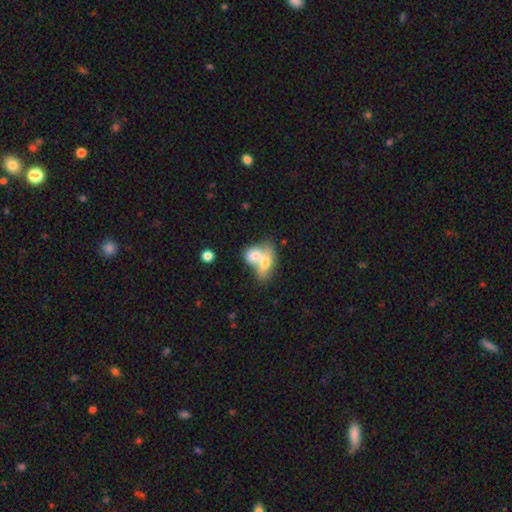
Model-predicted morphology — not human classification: Overall: smooth (68%). How rounded: in between (70%). Merging: merger (79%).